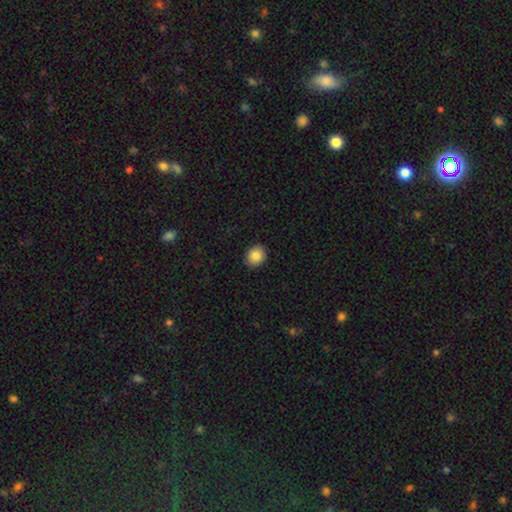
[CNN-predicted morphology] Smooth or featured: smooth — 85% (star or artifact — 9%)
How rounded: round — 64% (in between — 35%)
Merging: none — 91% (minor disturbance — 7%)